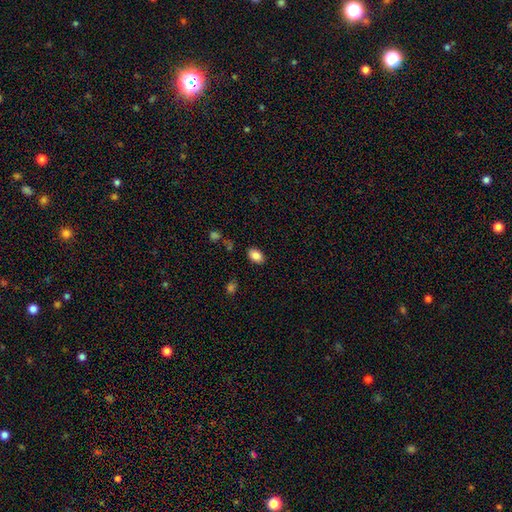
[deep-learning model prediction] smooth-or-featured: smooth: 85% | star or artifact: 8% | featured or disk: 7%
  how-rounded: in between: 85% | round: 14% | cigar-shaped: 1%
  merging: none: 86% | minor disturbance: 10% | major disturbance: 2% | merger: 1%